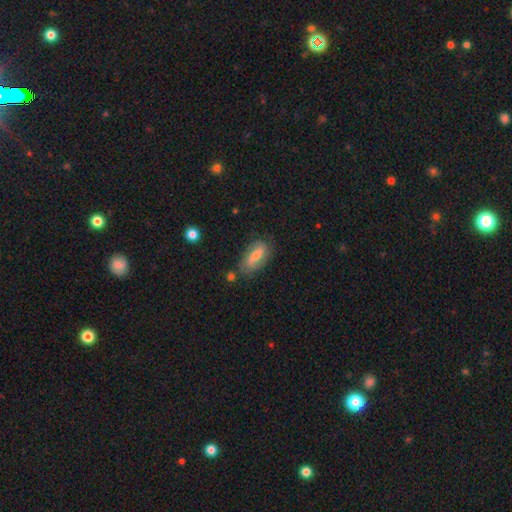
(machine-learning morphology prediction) Overall: featured or disk (48%; smooth 44%). Merging: none (72%).